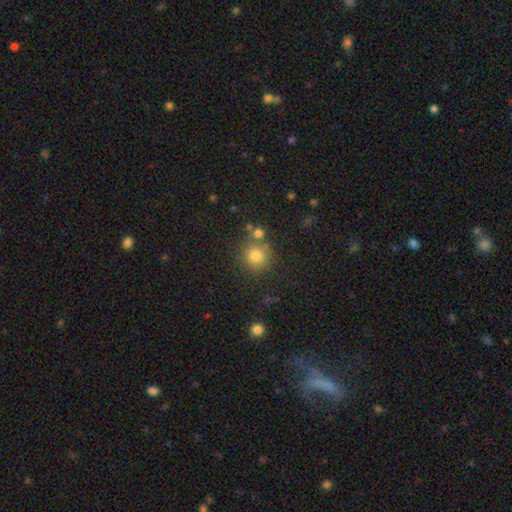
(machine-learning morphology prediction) The model was most divided on "merging": none: 72%, merger: 14%, minor disturbance: 10%, major disturbance: 4%. More confident: how rounded — round (92%); smooth or featured — smooth (78%).